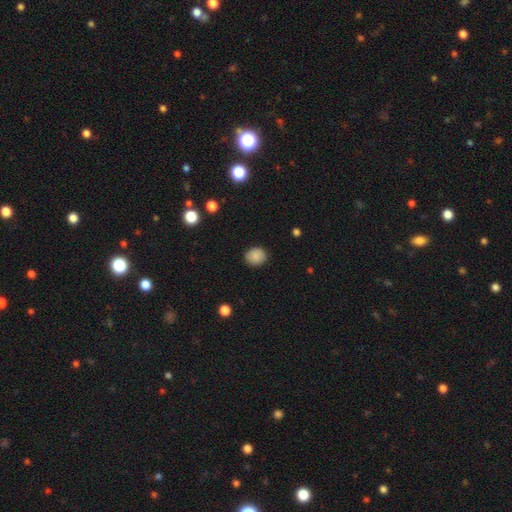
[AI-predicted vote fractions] A smooth galaxy with no disk features (87%) that is round (73%). Merging: none (88%).